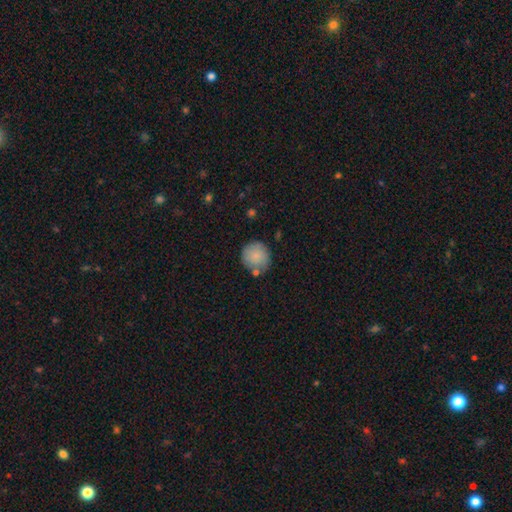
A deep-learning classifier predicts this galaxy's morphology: Smooth or featured? Predicted: smooth (p=0.84). How rounded? Predicted: round (p=0.93). Merging? Predicted: none (p=0.72).